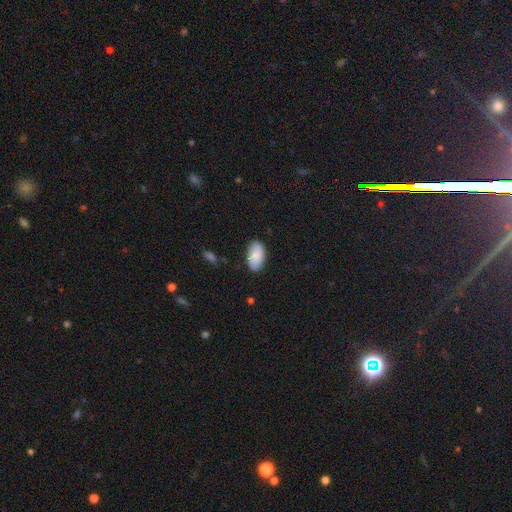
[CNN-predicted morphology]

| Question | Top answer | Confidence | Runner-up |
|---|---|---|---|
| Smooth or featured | smooth | 86% | featured or disk (8%) |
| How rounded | in between | 95% | round (3%) |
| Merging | none | 85% | minor disturbance (12%) |